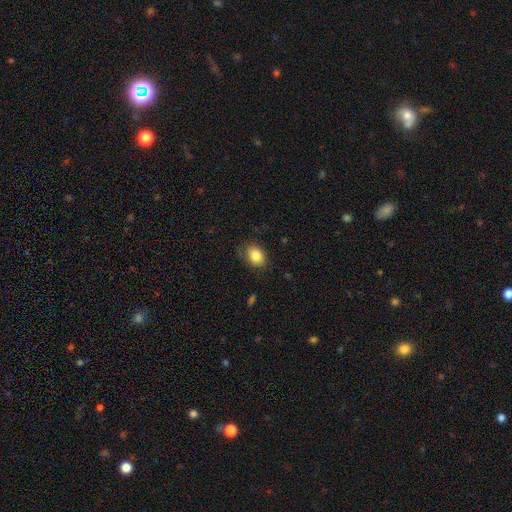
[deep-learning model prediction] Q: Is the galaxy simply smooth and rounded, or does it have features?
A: smooth — 84%.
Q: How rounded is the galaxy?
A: in between — 68%.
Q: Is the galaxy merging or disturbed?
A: none — 78%.